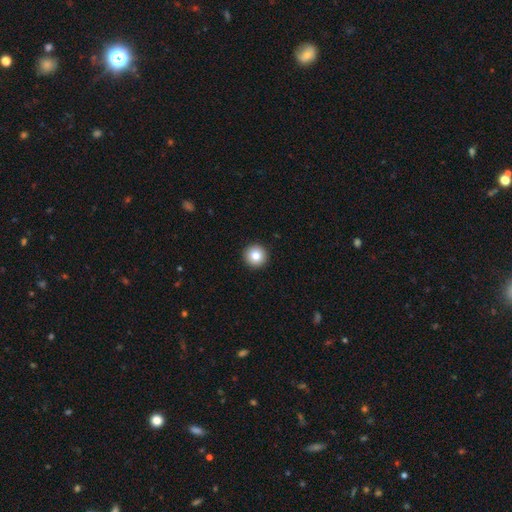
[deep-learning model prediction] smooth_or_featured: smooth (p=0.82) [alt: star or artifact p=0.10]
how_rounded: round (p=0.96) [alt: in between p=0.03]
merging: none (p=0.94) [alt: minor disturbance p=0.04]